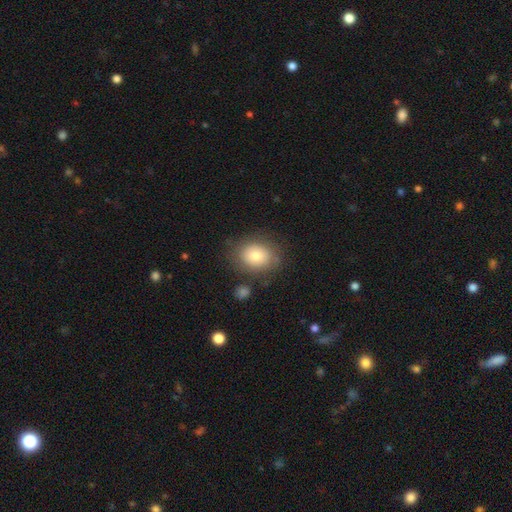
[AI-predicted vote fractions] smooth_or_featured: smooth (p=0.77) [alt: featured or disk p=0.14]
how_rounded: in between (p=0.52) [alt: round p=0.47]
merging: none (p=0.78) [alt: minor disturbance p=0.13]